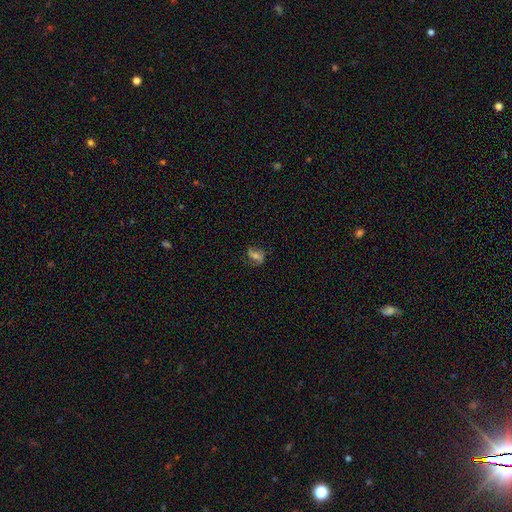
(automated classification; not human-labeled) Q: Smooth or featured?
A: featured or disk (56%); runner-up: smooth (32%)
Q: Edge-on disk?
A: no (96%); runner-up: yes (4%)
Q: Bar?
A: weak (36%); runner-up: no (35%)
Q: Spiral arms?
A: yes (83%); runner-up: no (17%)
Q: Bulge size?
A: moderate (47%); runner-up: small (39%)
Q: Merging?
A: none (61%); runner-up: minor disturbance (22%)